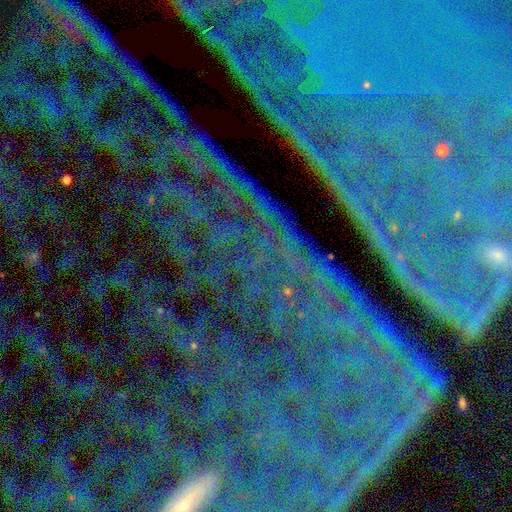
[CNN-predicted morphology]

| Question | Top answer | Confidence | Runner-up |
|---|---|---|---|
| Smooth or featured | star or artifact | 84% | featured or disk (9%) |